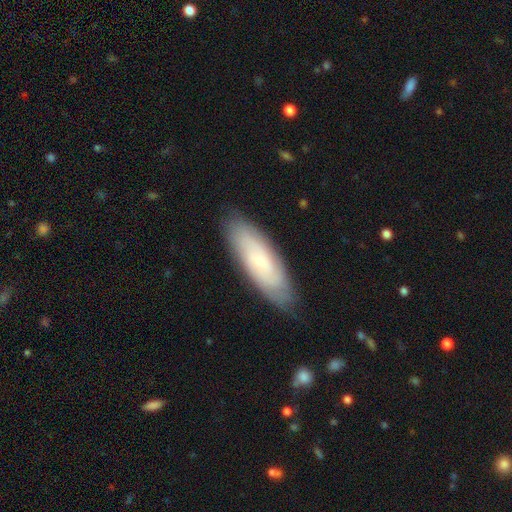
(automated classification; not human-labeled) Smooth or featured? Predicted: smooth (p=0.47). Merging? Predicted: none (p=0.84).